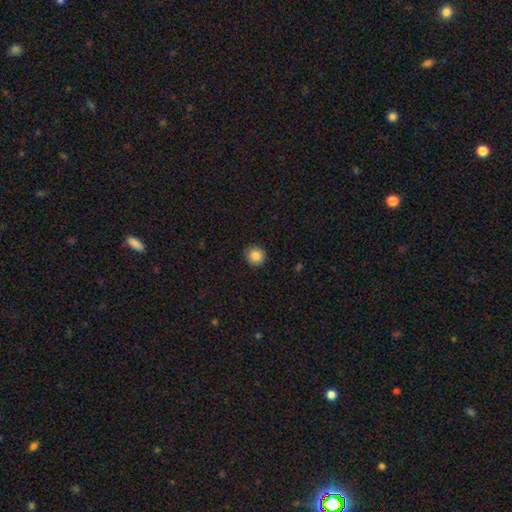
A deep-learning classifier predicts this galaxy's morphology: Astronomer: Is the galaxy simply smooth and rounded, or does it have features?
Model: smooth — 86%.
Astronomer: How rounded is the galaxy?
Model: round — 90%.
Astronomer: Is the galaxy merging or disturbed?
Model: none — 90%.